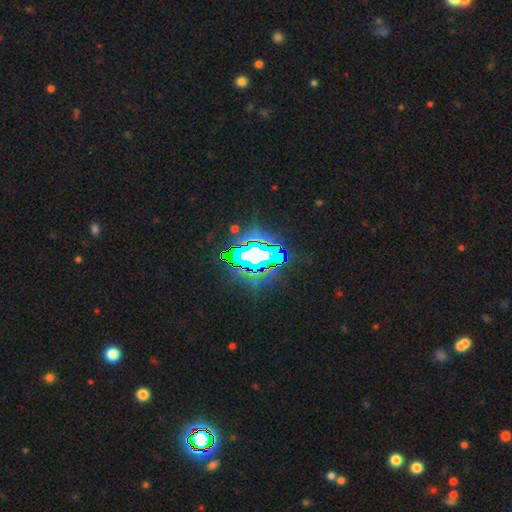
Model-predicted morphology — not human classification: A star or artifact, not a galaxy (71%).